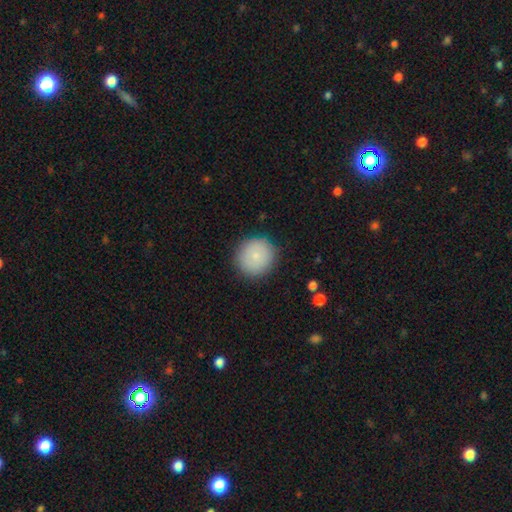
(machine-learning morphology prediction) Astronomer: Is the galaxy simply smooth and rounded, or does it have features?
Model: smooth — 81%.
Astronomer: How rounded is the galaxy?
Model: round — 93%.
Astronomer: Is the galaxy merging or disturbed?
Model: none — 88%.